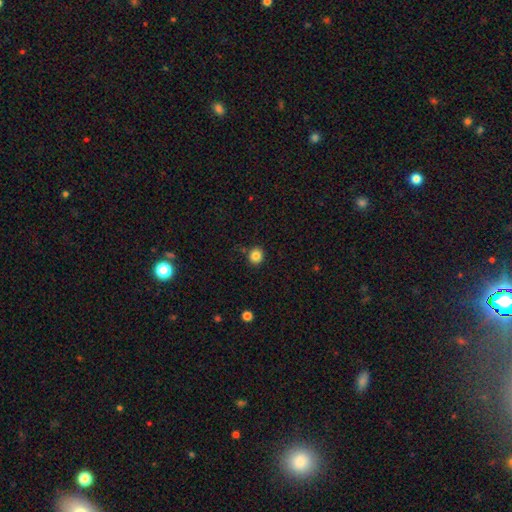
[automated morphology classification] Overall: smooth (84%). How rounded: round (82%). Merging: none (86%).